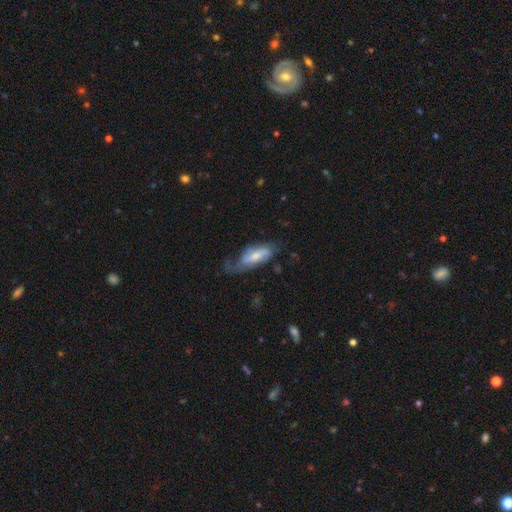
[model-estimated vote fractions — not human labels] A featured or disk galaxy (58%).

Vote fractions:
- Smooth or featured? featured or disk: 58% / smooth: 36% / star or artifact: 6%
- Edge-on disk? no: 85% / yes: 15%
- Merging? none: 40% / major disturbance: 29% / minor disturbance: 28% / merger: 2%